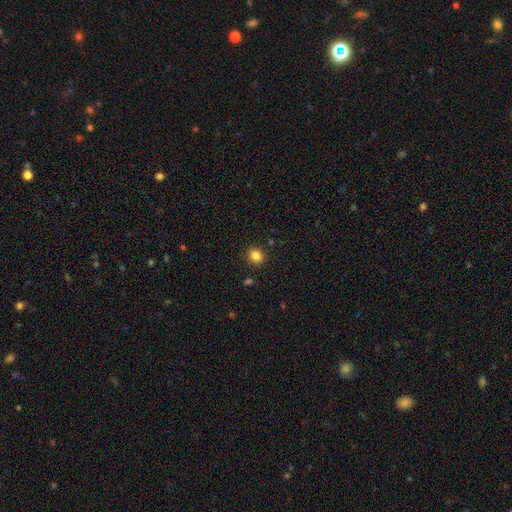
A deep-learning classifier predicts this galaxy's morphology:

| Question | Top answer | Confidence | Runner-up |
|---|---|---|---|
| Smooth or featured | smooth | 84% | star or artifact (12%) |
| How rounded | round | 80% | in between (19%) |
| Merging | none | 89% | minor disturbance (7%) |